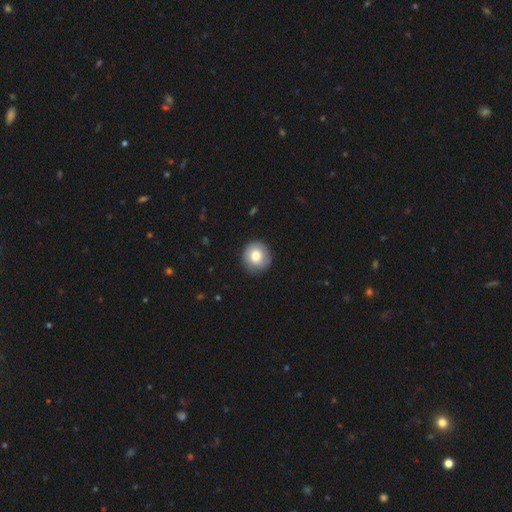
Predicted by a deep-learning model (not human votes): smooth_or_featured: smooth (p=0.77) [alt: featured or disk p=0.16]
how_rounded: round (p=0.90) [alt: in between p=0.09]
merging: none (p=0.86) [alt: minor disturbance p=0.10]